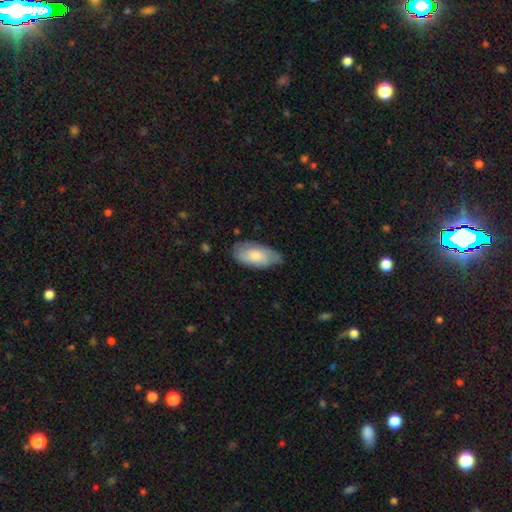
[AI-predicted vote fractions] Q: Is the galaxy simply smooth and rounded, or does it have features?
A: smooth — 73%.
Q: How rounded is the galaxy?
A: in between — 93%.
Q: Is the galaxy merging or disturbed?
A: none — 69%.